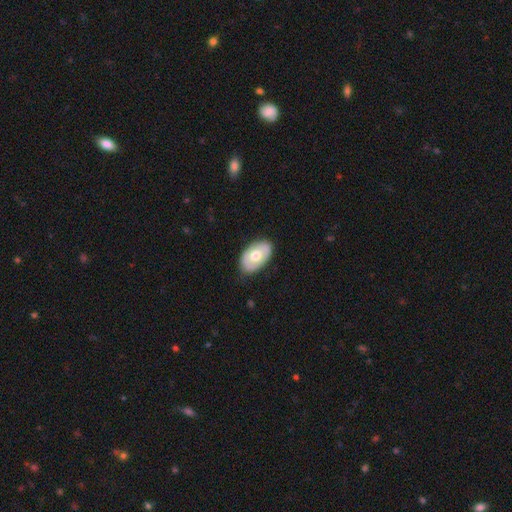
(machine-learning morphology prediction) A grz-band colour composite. It shows a smooth galaxy with no disk features (53%) that is in between round and cigar-shaped (90%). Merging: none (81%).